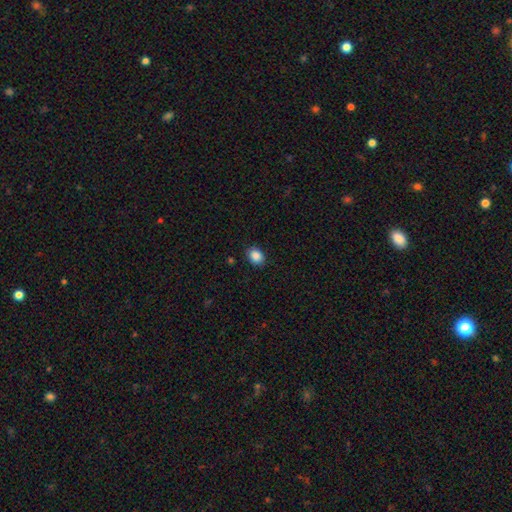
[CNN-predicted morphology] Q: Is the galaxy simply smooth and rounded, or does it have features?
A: smooth — 88%.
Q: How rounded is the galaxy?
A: in between — 56%.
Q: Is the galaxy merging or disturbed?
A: none — 88%.